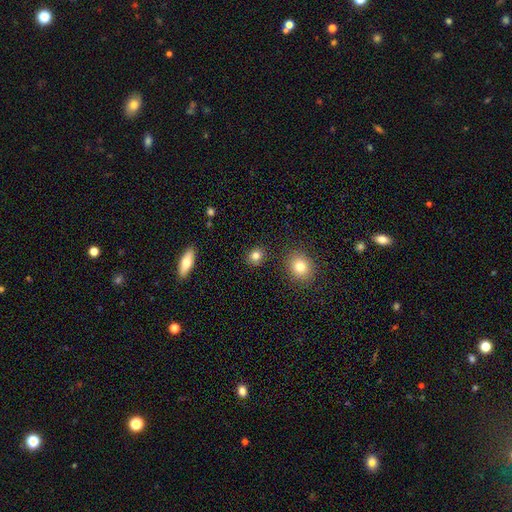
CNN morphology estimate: type=smooth (81%); roundness=round (74%); merging=none (87%).